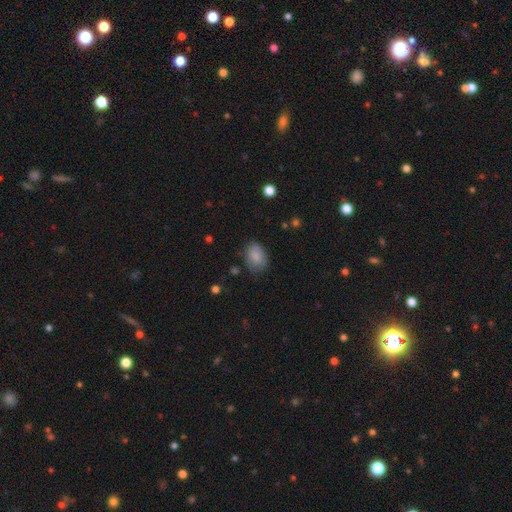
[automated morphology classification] Q: Smooth or featured?
A: smooth (83%); runner-up: featured or disk (9%)
Q: How rounded?
A: in between (80%); runner-up: round (18%)
Q: Merging?
A: none (70%); runner-up: minor disturbance (22%)